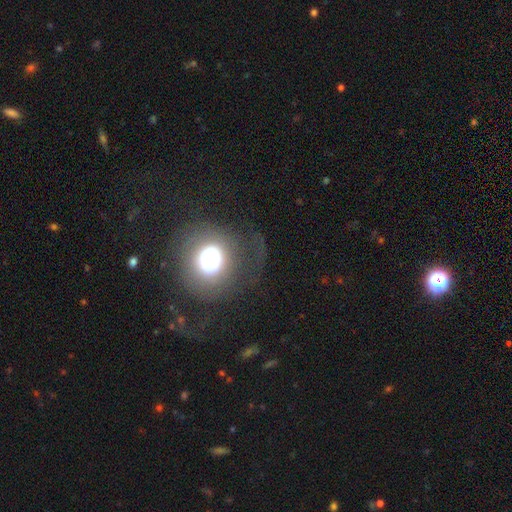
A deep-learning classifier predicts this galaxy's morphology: Smooth or featured: smooth — 48% (featured or disk — 28%)
Merging: none — 71% (minor disturbance — 13%)